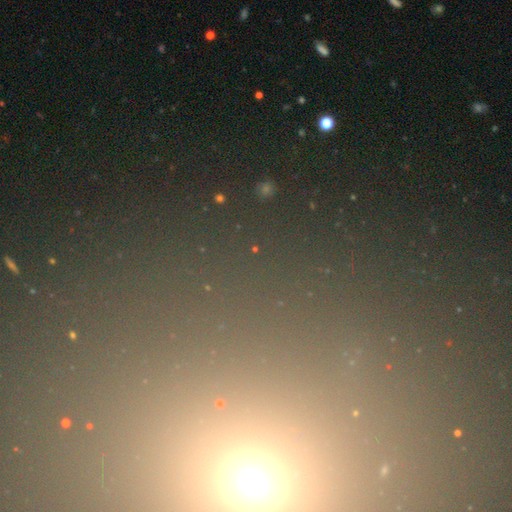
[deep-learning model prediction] star or artifact 64%, smooth 26%, featured or disk 10%.